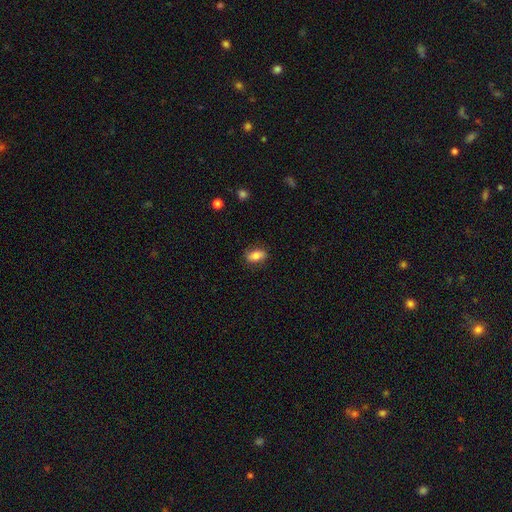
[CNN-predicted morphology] Smooth or featured?
  - smooth: 82% *
  - featured or disk: 10%
  - star or artifact: 8%
How rounded?
  - in between: 87% *
  - round: 8%
  - cigar-shaped: 5%
Merging?
  - none: 82% *
  - minor disturbance: 14%
  - major disturbance: 3%
  - merger: 1%